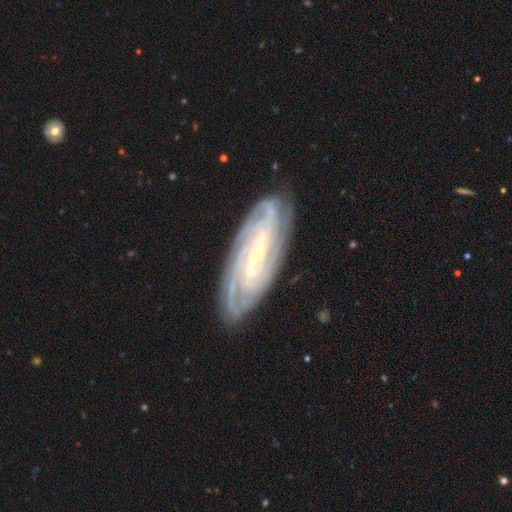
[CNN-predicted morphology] A featured or disk galaxy (86%) with a strong bar (42%), tight (71%) spiral arms (97%) and a small central bulge (71%). Merging: none (81%).